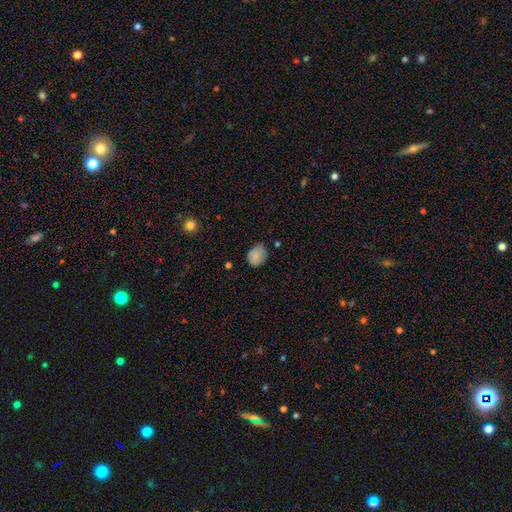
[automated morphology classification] The model was most divided on "how rounded": in between: 60%, round: 39%, cigar-shaped: 1%. More confident: smooth or featured — smooth (85%); merging — none (71%).